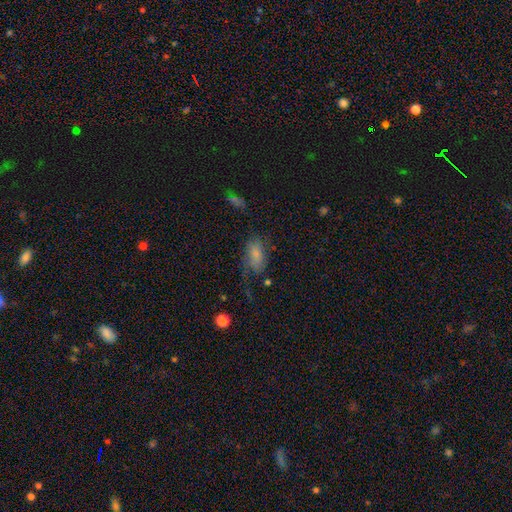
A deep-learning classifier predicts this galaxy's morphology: Smooth or featured? Predicted: smooth (p=0.74). How rounded? Predicted: in between (p=0.91). Merging? Predicted: none (p=0.43).